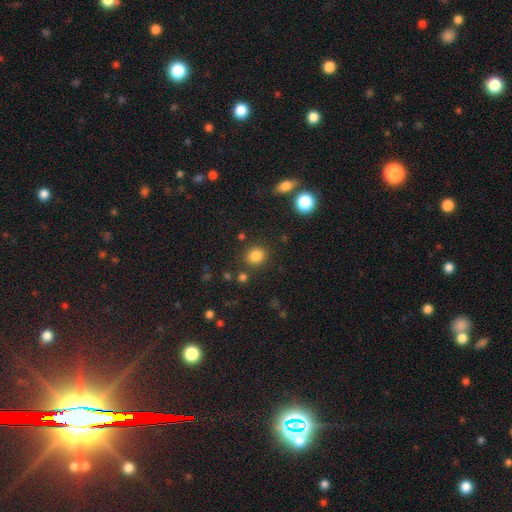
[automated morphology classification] This appears to be a smooth galaxy with no disk features (83%) that is round (80%). Merging: none (85%).